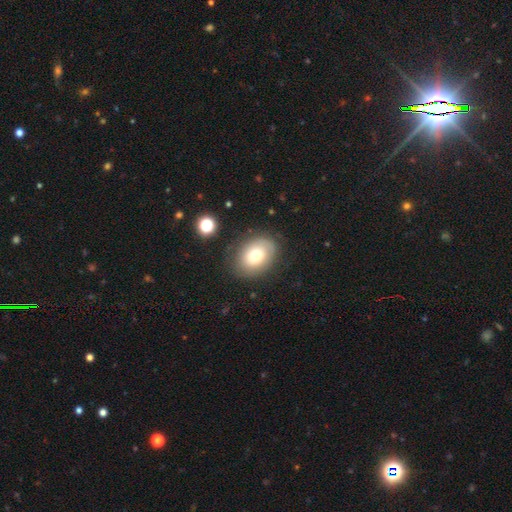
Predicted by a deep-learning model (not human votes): Overall: smooth (69%). How rounded: in between (66%; round 33%). Merging: none (79%).